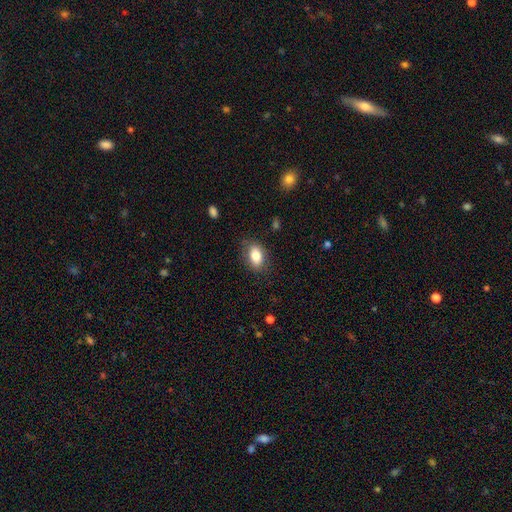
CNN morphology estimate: This is clearly a smooth galaxy (81%). How rounded: clearly in between (87%). Merging: likely none (79%).